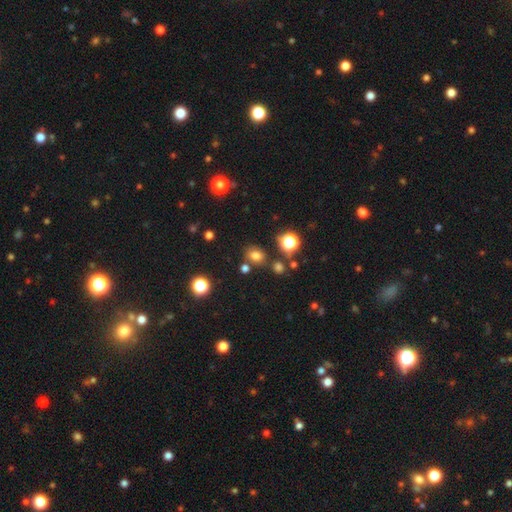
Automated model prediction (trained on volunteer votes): Smooth or featured? smooth (73%)
How rounded? round (55%)
Merging? none (75%)